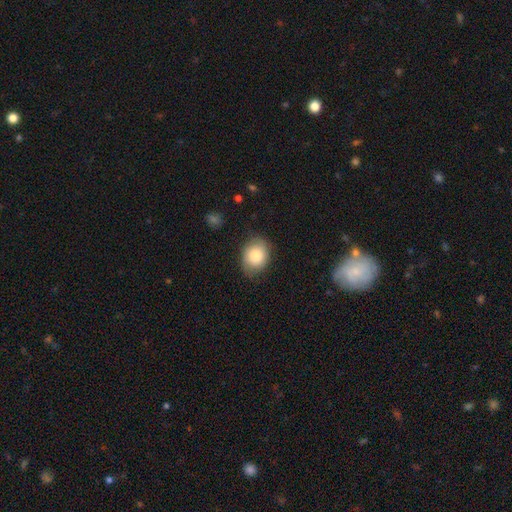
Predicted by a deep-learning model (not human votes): Q: Smooth or featured?
A: smooth (81%); runner-up: featured or disk (12%)
Q: How rounded?
A: in between (53%); runner-up: round (47%)
Q: Merging?
A: none (75%); runner-up: minor disturbance (19%)